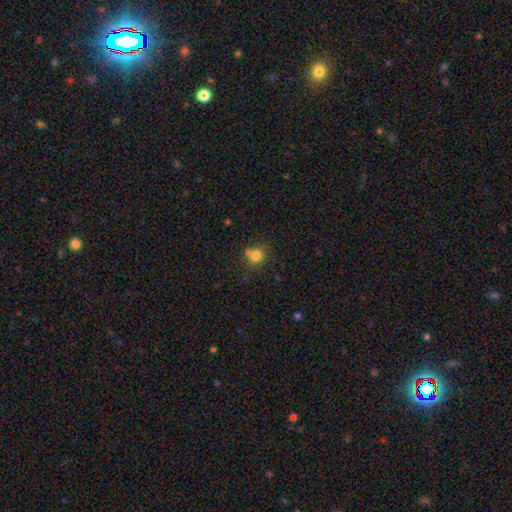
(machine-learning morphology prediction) Smooth or featured?
  - smooth: 78% *
  - star or artifact: 13%
  - featured or disk: 9%
How rounded?
  - round: 81% *
  - in between: 18%
  - cigar-shaped: 1%
Merging?
  - none: 62% *
  - merger: 21%
  - minor disturbance: 12%
  - major disturbance: 4%